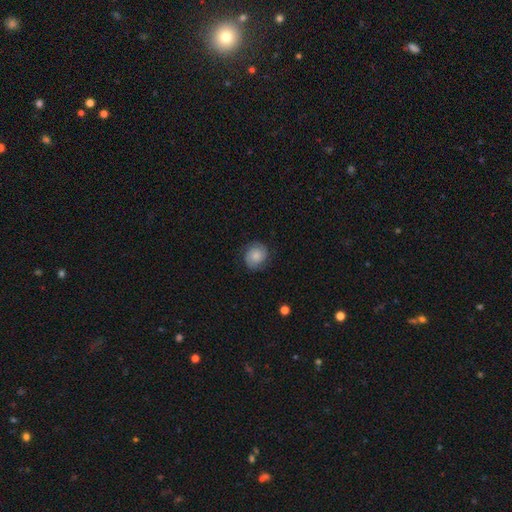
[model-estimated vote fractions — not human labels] Smooth or featured?
  - featured or disk: 48% *
  - smooth: 43%
  - star or artifact: 9%
Merging?
  - none: 81% *
  - minor disturbance: 14%
  - major disturbance: 5%
  - merger: 1%